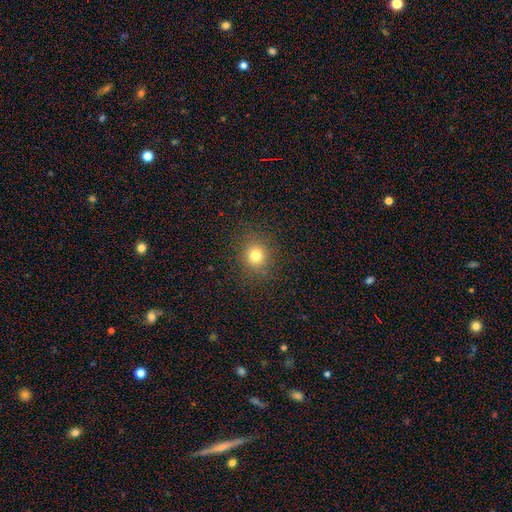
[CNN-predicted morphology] Overall: smooth (76%). How rounded: round (88%). Merging: none (88%).